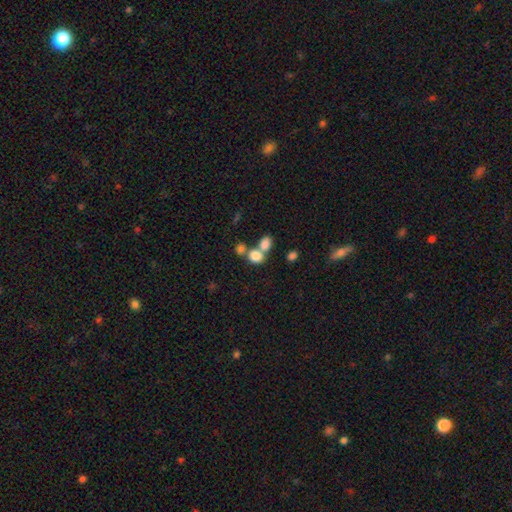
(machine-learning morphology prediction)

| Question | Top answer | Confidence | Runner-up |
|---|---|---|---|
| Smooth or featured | smooth | 80% | star or artifact (11%) |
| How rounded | round | 57% | in between (42%) |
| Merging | merger | 52% | none (36%) |